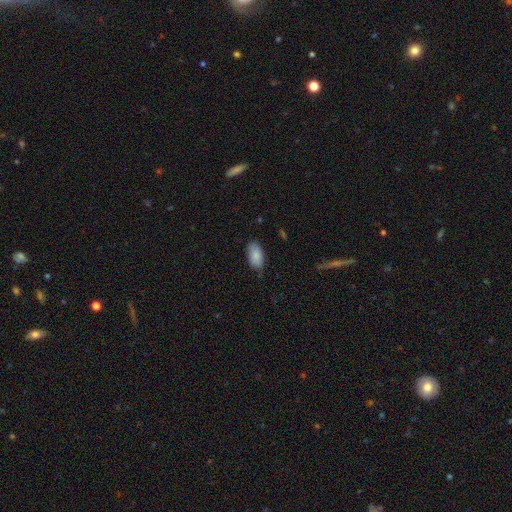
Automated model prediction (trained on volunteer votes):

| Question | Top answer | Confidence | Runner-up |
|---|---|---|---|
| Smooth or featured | smooth | 88% | star or artifact (7%) |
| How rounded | in between | 94% | round (3%) |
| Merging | none | 76% | minor disturbance (20%) |